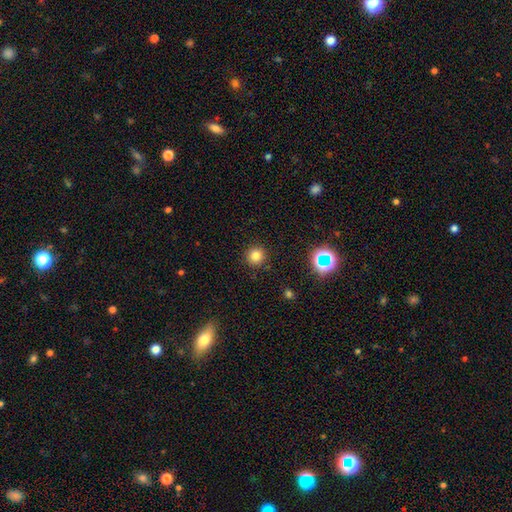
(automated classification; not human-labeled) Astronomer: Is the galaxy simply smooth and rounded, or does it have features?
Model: smooth — 79%.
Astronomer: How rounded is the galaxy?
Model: round — 95%.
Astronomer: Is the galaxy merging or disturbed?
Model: none — 91%.